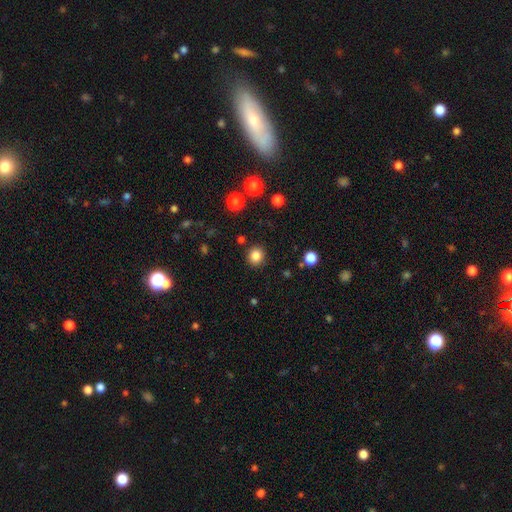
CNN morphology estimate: Smooth or featured: smooth — 84% (star or artifact — 11%)
How rounded: round — 87% (in between — 12%)
Merging: none — 90% (minor disturbance — 6%)